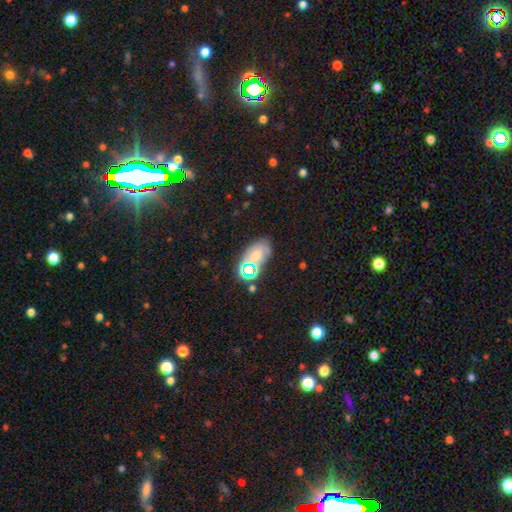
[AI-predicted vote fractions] A smooth galaxy with no disk features (55%) that is in between round and cigar-shaped (87%). Merging: none (65%).